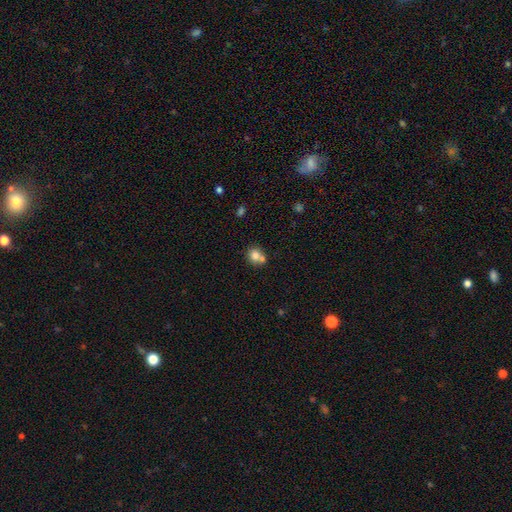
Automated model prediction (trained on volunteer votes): This is likely a smooth galaxy (77%). How rounded: clearly round (81%). Merging: possibly none (50%).